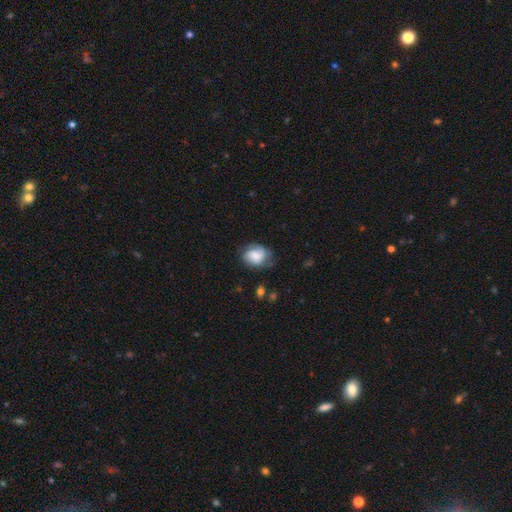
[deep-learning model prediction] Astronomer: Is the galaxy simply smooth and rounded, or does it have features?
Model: smooth — 57% (runner-up: featured or disk, 35%).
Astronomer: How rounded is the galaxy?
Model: in between — 51% (runner-up: round, 48%).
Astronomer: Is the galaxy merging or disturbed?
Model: none — 61%.